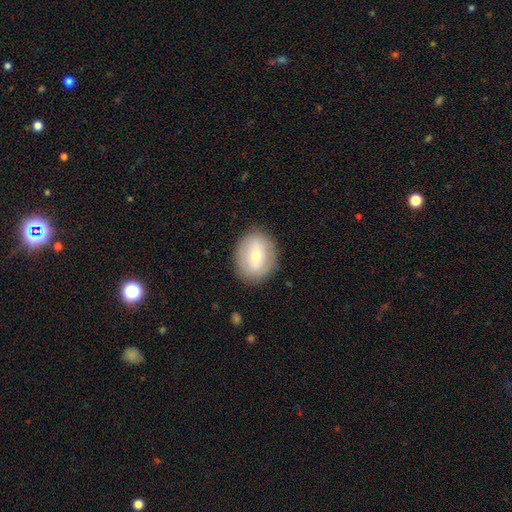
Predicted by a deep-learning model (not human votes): Smooth or featured: smooth — 60% (featured or disk — 33%)
How rounded: round — 59% (in between — 39%)
Merging: none — 85% (minor disturbance — 11%)